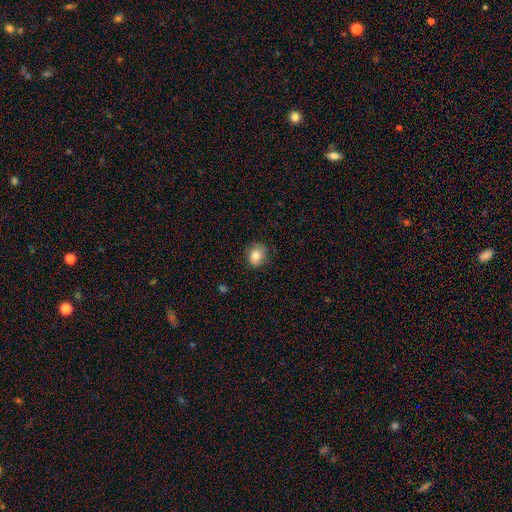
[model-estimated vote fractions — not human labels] This is clearly a smooth galaxy (83%). How rounded: likely round (63%). Merging: likely none (80%).